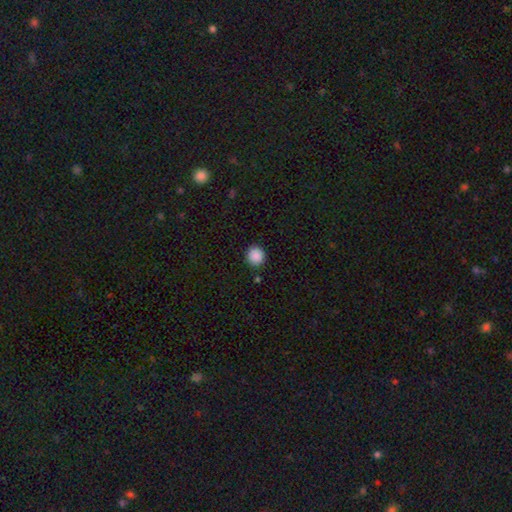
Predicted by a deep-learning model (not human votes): smooth_or_featured: smooth (p=0.89) [alt: star or artifact p=0.09]
how_rounded: round (p=0.90) [alt: in between p=0.10]
merging: none (p=0.90) [alt: minor disturbance p=0.07]